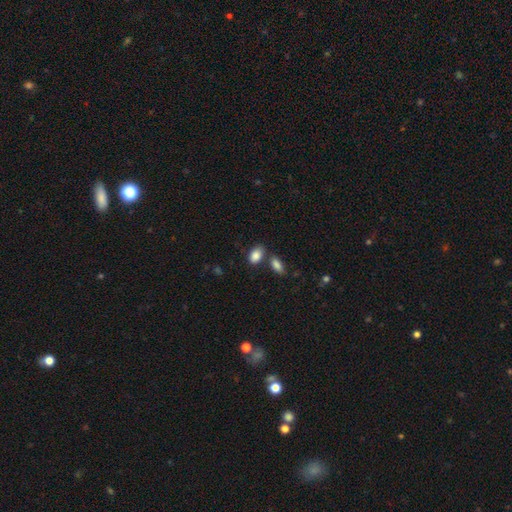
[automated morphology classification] Q: Smooth or featured?
A: smooth (87%); runner-up: star or artifact (7%)
Q: How rounded?
A: in between (90%); runner-up: round (8%)
Q: Merging?
A: none (64%); runner-up: merger (19%)